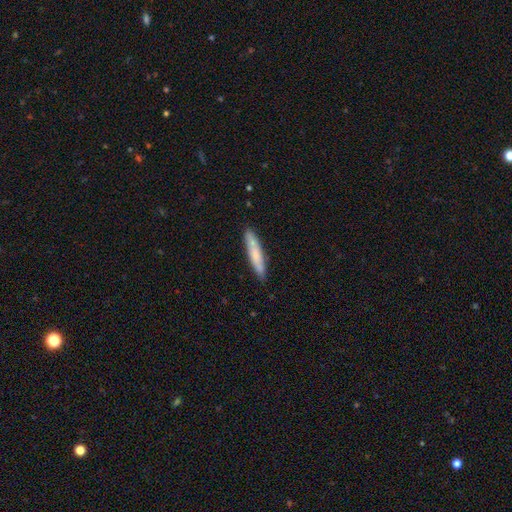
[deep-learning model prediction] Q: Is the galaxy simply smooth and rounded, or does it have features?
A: smooth — 72%.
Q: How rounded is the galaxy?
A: cigar-shaped — 89%.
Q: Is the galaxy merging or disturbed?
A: none — 85%.